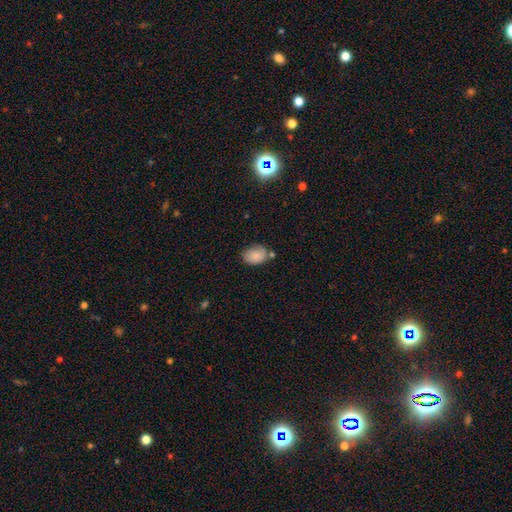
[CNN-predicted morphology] smooth_or_featured: smooth (p=0.81) [alt: featured or disk p=0.11]
how_rounded: in between (p=0.80) [alt: round p=0.19]
merging: none (p=0.61) [alt: minor disturbance p=0.24]